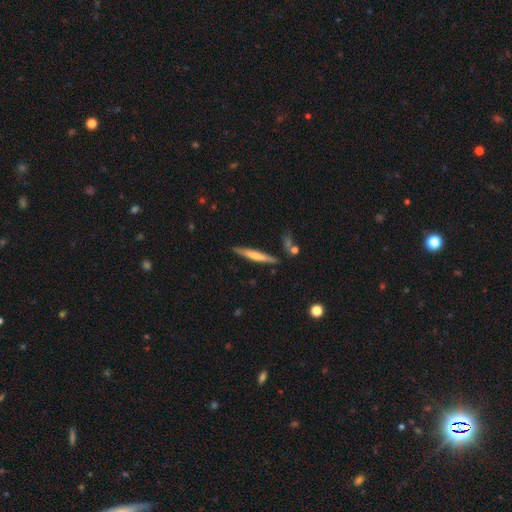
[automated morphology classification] This appears to be a smooth galaxy with no disk features (56%) that is cigar-shaped (94%). Merging: none (84%).